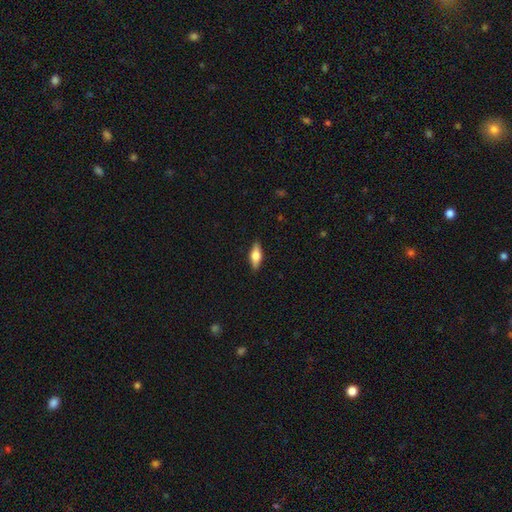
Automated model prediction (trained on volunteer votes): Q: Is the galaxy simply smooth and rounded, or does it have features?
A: smooth — 55%.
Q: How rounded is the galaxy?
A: in between — 64%.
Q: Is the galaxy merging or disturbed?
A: none — 89%.